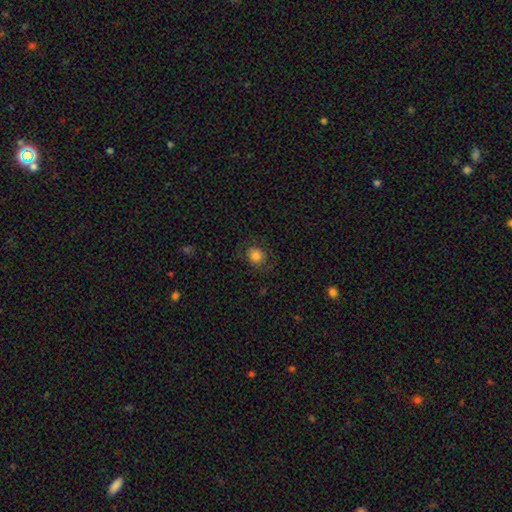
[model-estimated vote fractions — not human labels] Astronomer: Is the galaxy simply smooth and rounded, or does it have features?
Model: smooth — 82%.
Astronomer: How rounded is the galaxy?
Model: round — 76%.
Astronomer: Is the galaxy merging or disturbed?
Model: none — 77%.